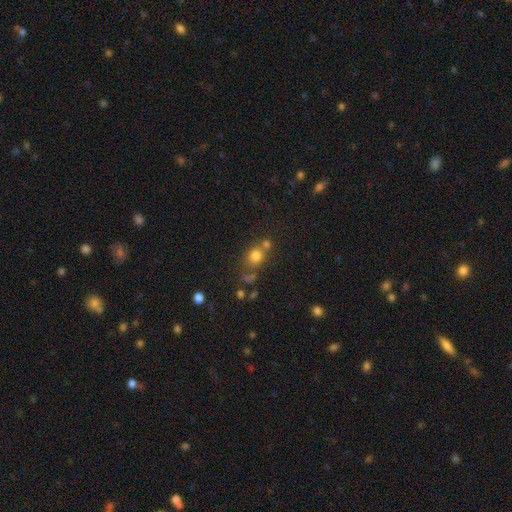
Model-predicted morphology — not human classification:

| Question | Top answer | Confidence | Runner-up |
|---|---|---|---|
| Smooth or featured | smooth | 74% | star or artifact (15%) |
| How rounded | round | 75% | in between (23%) |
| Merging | none | 52% | merger (31%) |